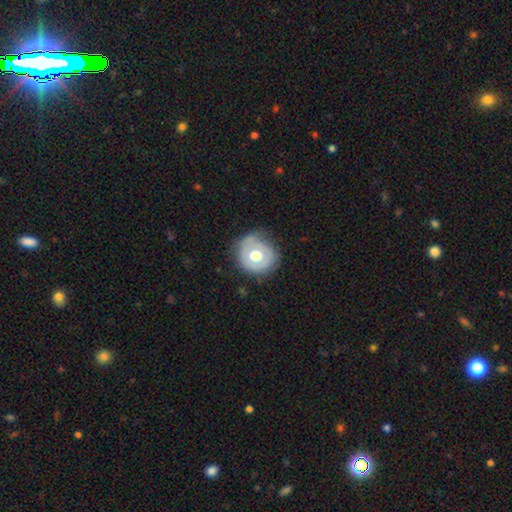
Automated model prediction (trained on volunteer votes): Smooth or featured?
  - smooth: 47% * (tied)
  - featured or disk: 47% * (tied)
  - star or artifact: 6%
Merging?
  - none: 70% *
  - minor disturbance: 21%
  - major disturbance: 7%
  - merger: 1%